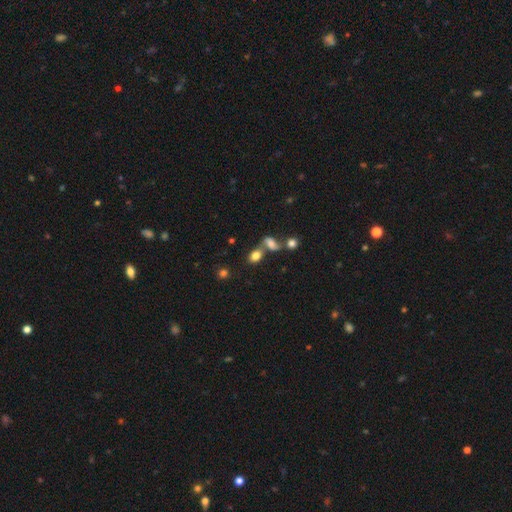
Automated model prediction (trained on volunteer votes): The model was most divided on "merging": none: 43%, merger: 39%, minor disturbance: 12%, major disturbance: 6%. More confident: smooth or featured — smooth (76%); how rounded — in between (74%).